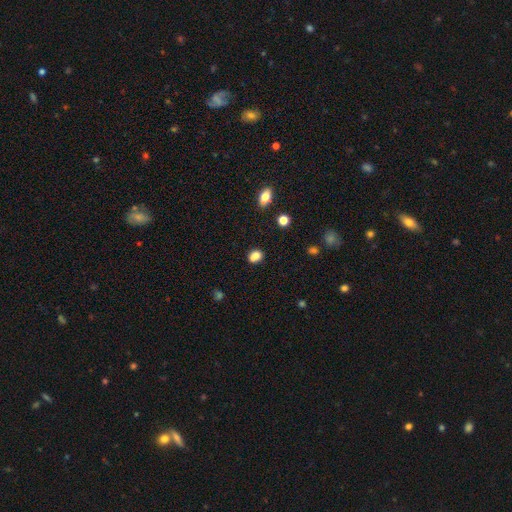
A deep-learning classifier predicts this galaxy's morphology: Overall: smooth (79%). How rounded: round (53%; in between 46%). Merging: none (55%; merger 26%).